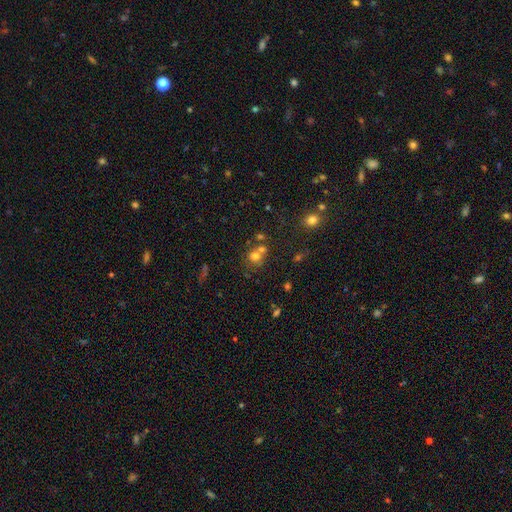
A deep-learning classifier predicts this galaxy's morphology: smooth 64%, star or artifact 21%, featured or disk 14%. Down the decision tree: how rounded — round (80%); merging — none (47%).